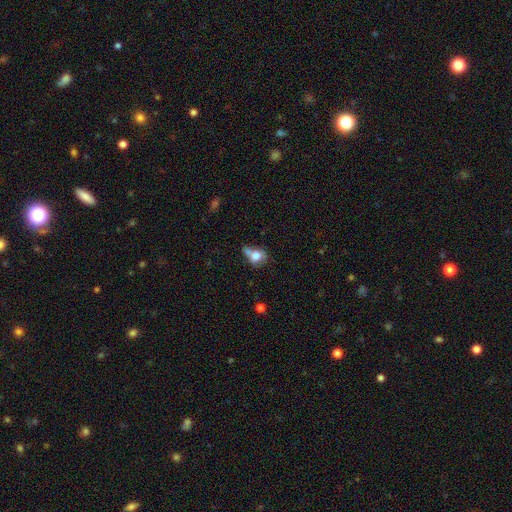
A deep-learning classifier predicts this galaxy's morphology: Overall: smooth (72%). How rounded: round (52%; in between 46%). Merging: merger (31%; none 29%).